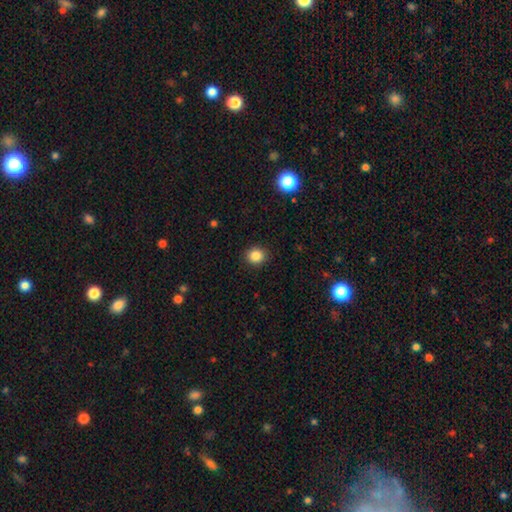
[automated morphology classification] Q: Smooth or featured?
A: smooth (85%); runner-up: star or artifact (11%)
Q: How rounded?
A: round (84%); runner-up: in between (15%)
Q: Merging?
A: none (91%); runner-up: minor disturbance (6%)